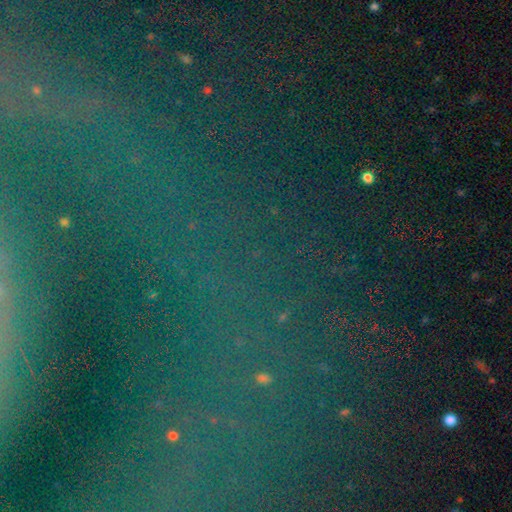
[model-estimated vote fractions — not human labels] Overall: star or artifact (74%).